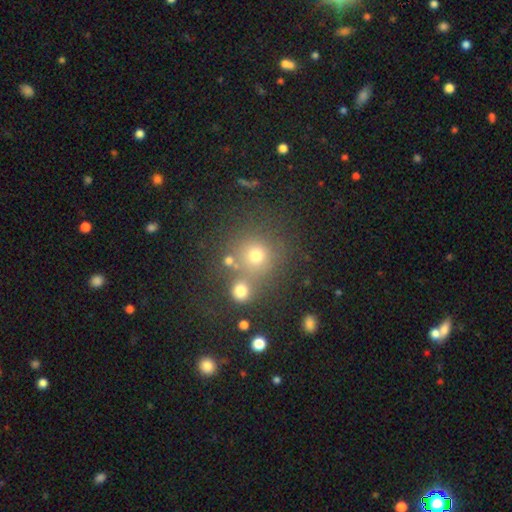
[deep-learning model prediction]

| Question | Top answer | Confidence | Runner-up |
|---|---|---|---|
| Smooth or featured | smooth | 68% | star or artifact (22%) |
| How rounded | round | 92% | in between (7%) |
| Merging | none | 69% | merger (17%) |